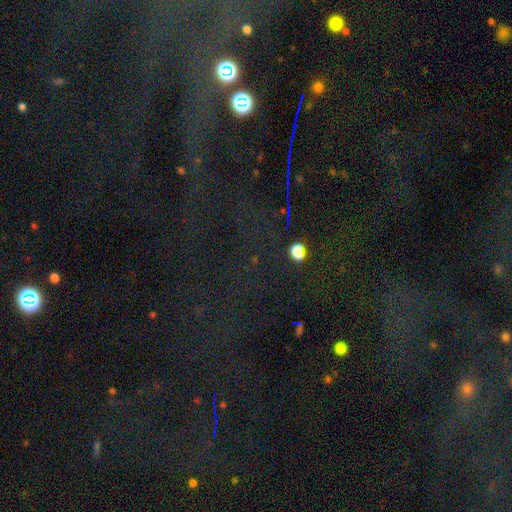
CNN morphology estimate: Smooth or featured? star or artifact (78%)